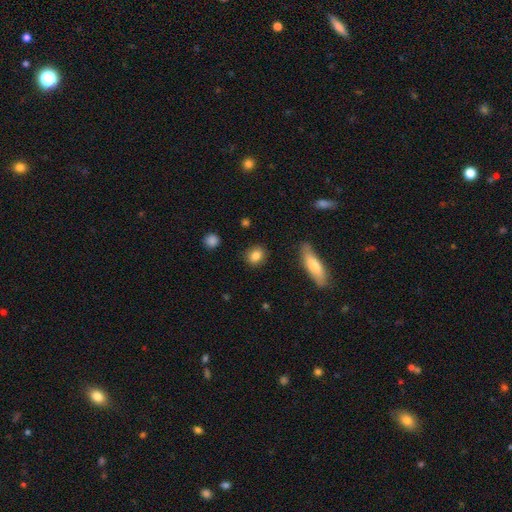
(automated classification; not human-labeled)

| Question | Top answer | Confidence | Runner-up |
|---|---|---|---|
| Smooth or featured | smooth | 85% | star or artifact (8%) |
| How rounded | round | 55% | in between (42%) |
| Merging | none | 87% | minor disturbance (8%) |